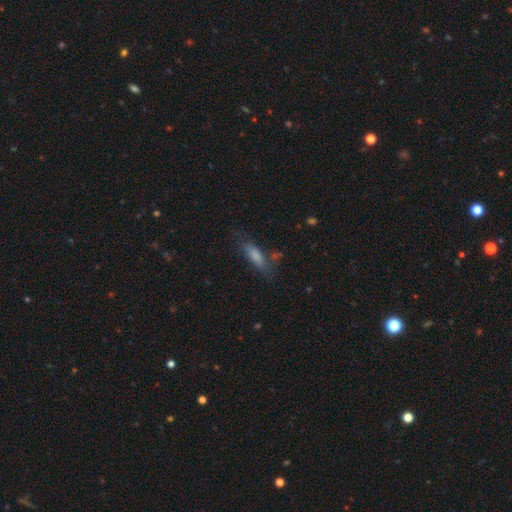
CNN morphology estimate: smooth 77%, featured or disk 15%, star or artifact 8%. Down the decision tree: how rounded — cigar-shaped (50%); merging — none (65%).